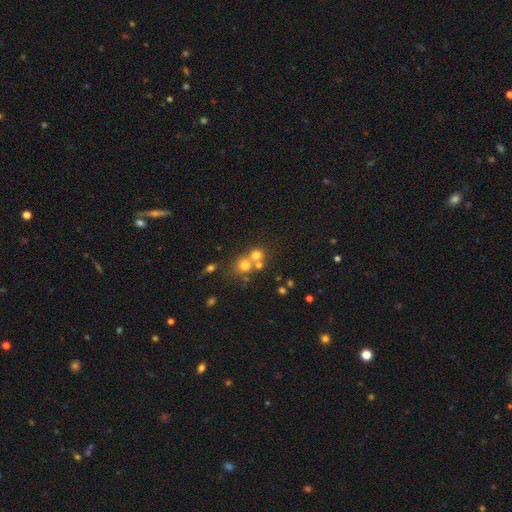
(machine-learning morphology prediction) Smooth or featured? smooth (53%)
How rounded? round (83%)
Merging? merger (46%)